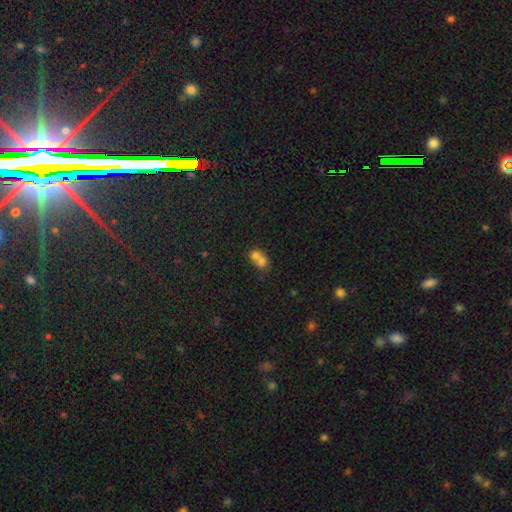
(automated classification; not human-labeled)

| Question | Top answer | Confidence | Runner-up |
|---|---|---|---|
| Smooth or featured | smooth | 68% | featured or disk (21%) |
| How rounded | round | 63% | in between (35%) |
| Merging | merger | 73% | none (19%) |